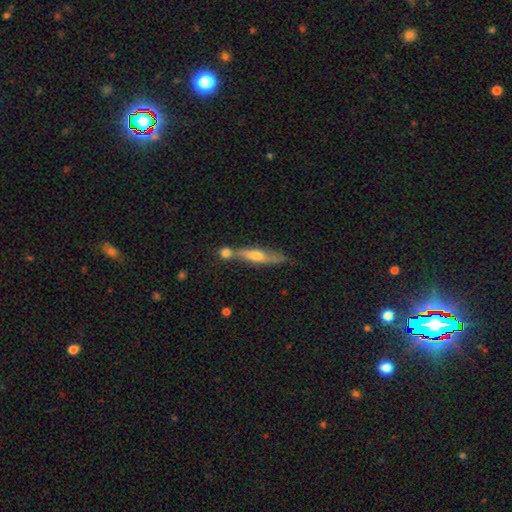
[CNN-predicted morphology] Smooth or featured? featured or disk (53%)
Edge-on disk? yes (79%)
Merging? none (51%)